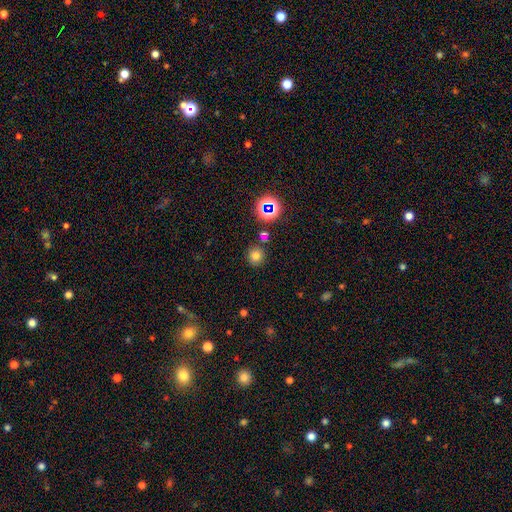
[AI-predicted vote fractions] A smooth galaxy with no disk features (72%) that is round (91%).

Vote fractions:
- Smooth or featured? smooth: 72% / star or artifact: 20% / featured or disk: 8%
- How rounded? round: 91% / in between: 8% / cigar-shaped: 1%
- Merging? none: 82% / minor disturbance: 8% / merger: 7% / major disturbance: 3%